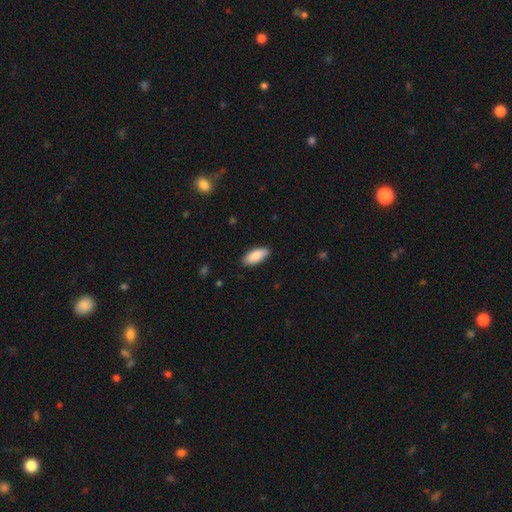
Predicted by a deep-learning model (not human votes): Smooth or featured? smooth (87%)
How rounded? in between (85%)
Merging? none (88%)